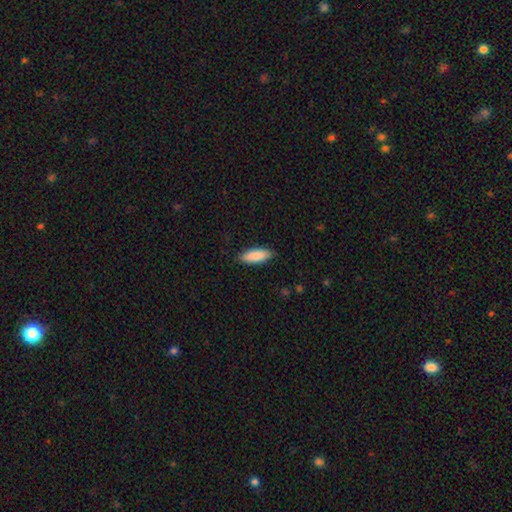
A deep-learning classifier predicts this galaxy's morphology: This is clearly a smooth galaxy (89%). How rounded: likely in between (67%). Merging: clearly none (88%).